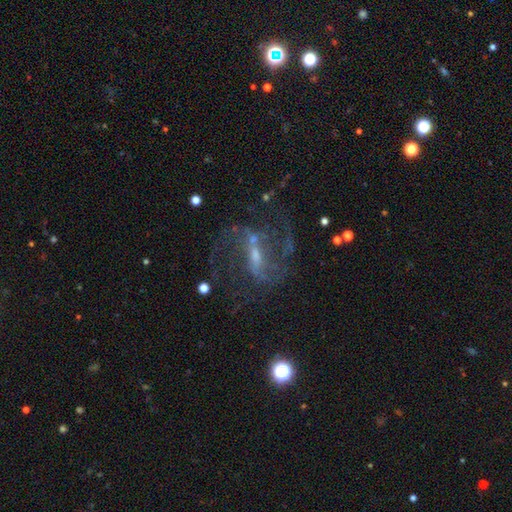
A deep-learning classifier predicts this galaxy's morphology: smooth-or-featured: featured or disk: 84% | star or artifact: 10% | smooth: 6%
  disk-edge-on: no: 96% | yes: 4%
    bar: weak: 45% | strong: 41% | no: 14%
    has-spiral-arms: yes: 93% | no: 7%
      spiral-winding: medium: 46% | loose: 43% | tight: 12%
      spiral-arm-count: 2: 71% | can't tell: 10% | 3: 8% | 1: 4% | 4: 3% | more than 4: 3%
    bulge-size: small: 51% | moderate: 32% | none: 12% | large: 3% | dominant: 1%
  merging: none: 59% | major disturbance: 20% | minor disturbance: 15% | merger: 5%